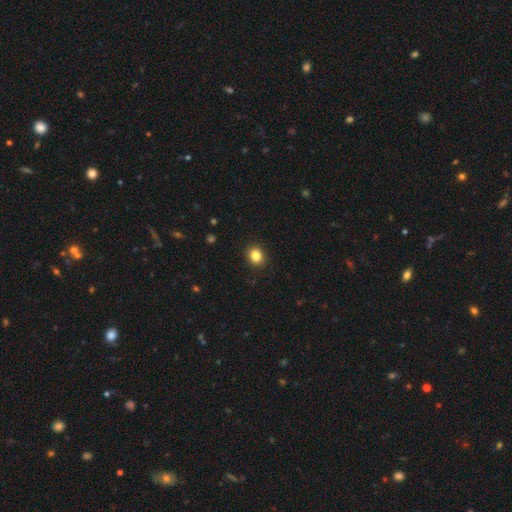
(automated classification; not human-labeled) This is clearly a smooth galaxy (84%). How rounded: likely round (68%). Merging: clearly none (91%).